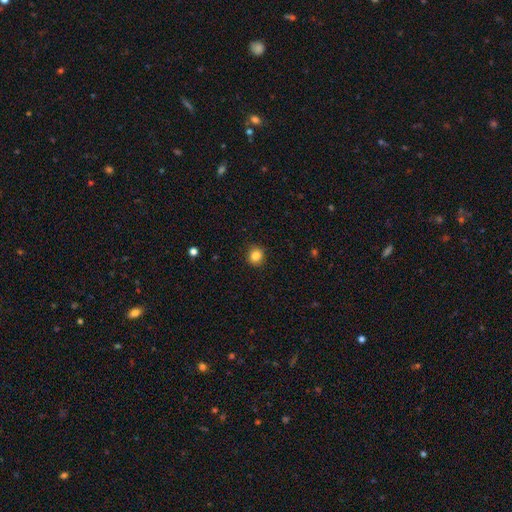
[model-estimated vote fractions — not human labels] Smooth or featured? Predicted: smooth (p=0.85). How rounded? Predicted: round (p=0.87). Merging? Predicted: none (p=0.91).